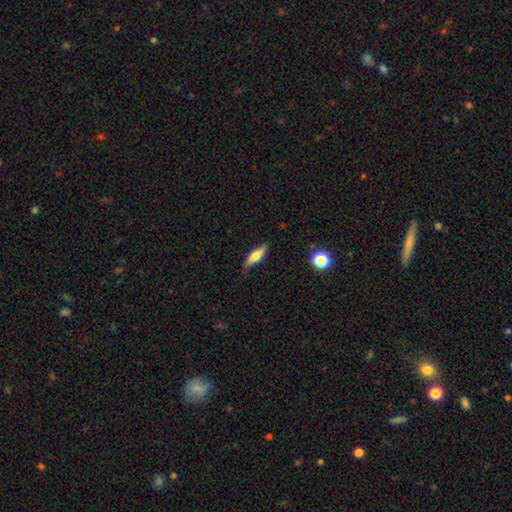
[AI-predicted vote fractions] A smooth galaxy with no disk features (63%) that is cigar-shaped (53%).

Vote fractions:
- Smooth or featured? smooth: 63% / featured or disk: 31% / star or artifact: 7%
- How rounded? cigar-shaped: 53% / in between: 45% / round: 3%
- Merging? none: 66% / minor disturbance: 27% / major disturbance: 5% / merger: 2%